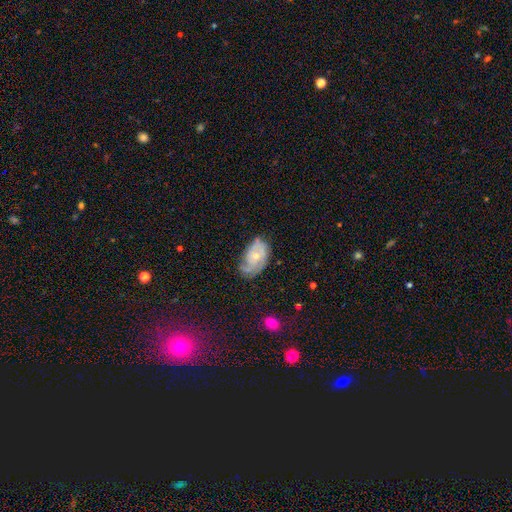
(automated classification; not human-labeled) A featured or disk galaxy (64%) with no bar (76%), tight (50%) spiral arms (83%) and a small central bulge (58%). Merging: none (52%).